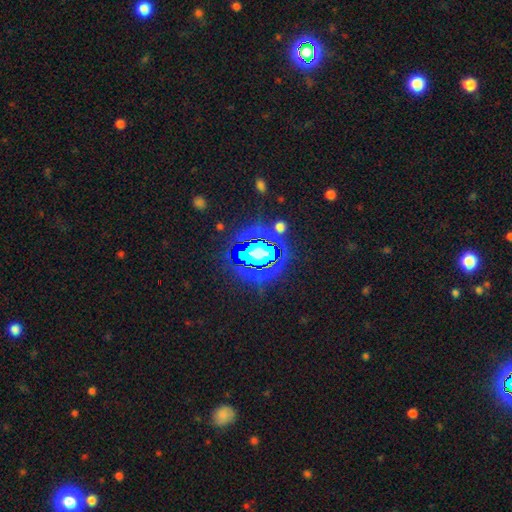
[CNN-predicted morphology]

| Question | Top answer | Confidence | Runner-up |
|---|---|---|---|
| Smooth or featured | star or artifact | 63% | smooth (25%) |